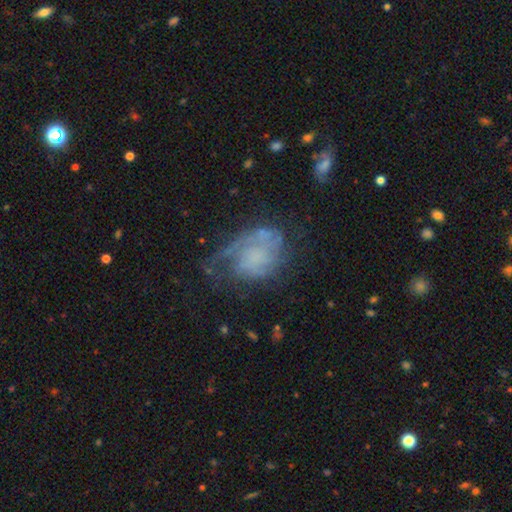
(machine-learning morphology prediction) Smooth or featured: featured or disk — 66% (smooth — 24%)
Edge-on disk: no — 98% (yes — 2%)
Bar: no — 79% (weak — 18%)
Spiral arms: yes — 76% (no — 24%)
Bulge size: none — 61% (small — 16%)
Merging: none — 42% (major disturbance — 30%)